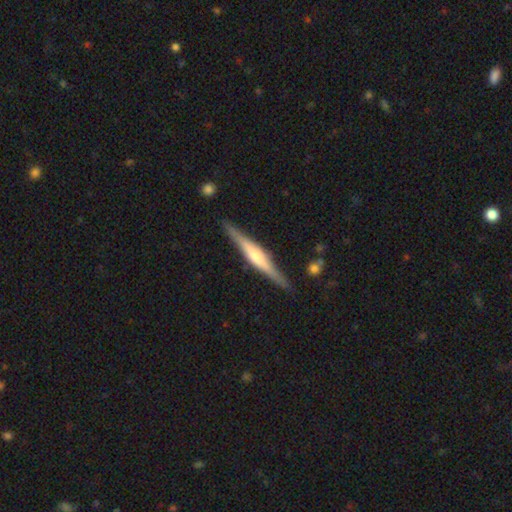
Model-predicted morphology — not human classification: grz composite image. It shows a featured or disk galaxy (74%) viewed edge-on (98%) with a rounded central bulge (64%). Merging: none (90%).